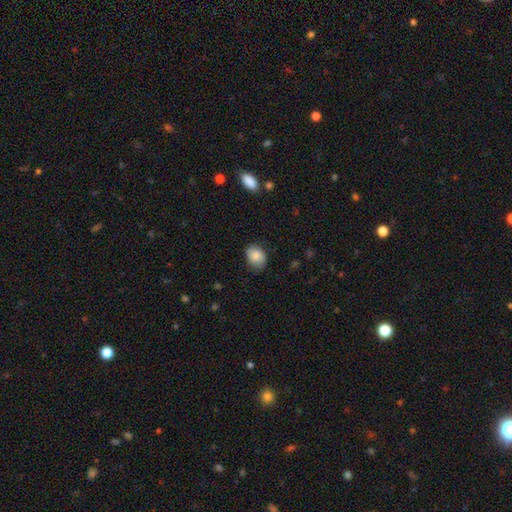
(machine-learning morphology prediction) smooth 85%, star or artifact 7%, featured or disk 7%. Down the decision tree: how rounded — in between (60%); merging — none (80%).